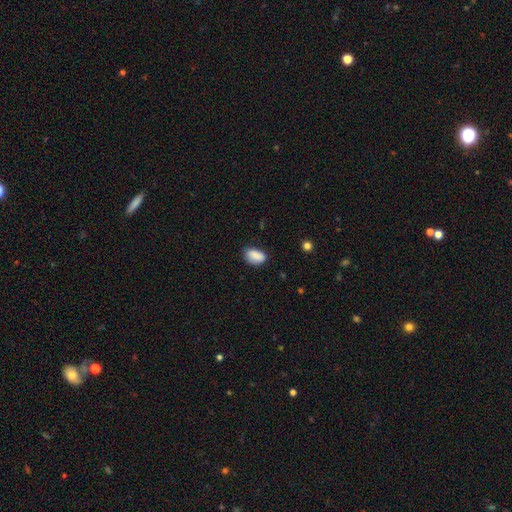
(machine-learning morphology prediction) A smooth galaxy with no disk features (86%) that is in between round and cigar-shaped (88%). Merging: none (69%).